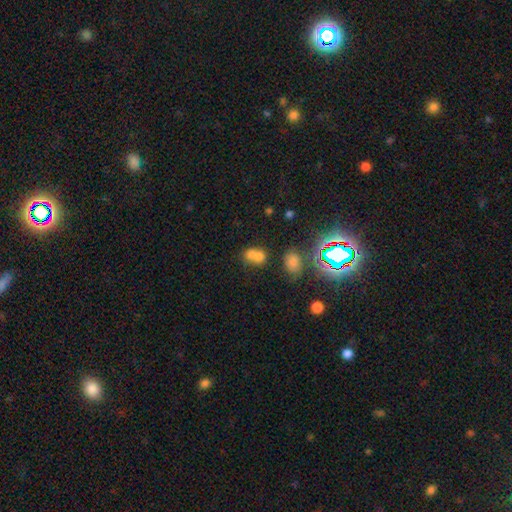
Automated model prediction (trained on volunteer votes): smooth-or-featured: smooth: 66% | star or artifact: 18% | featured or disk: 16%
  how-rounded: in between: 54% | round: 44% | cigar-shaped: 2%
  merging: merger: 61% | none: 26% | minor disturbance: 8% | major disturbance: 5%